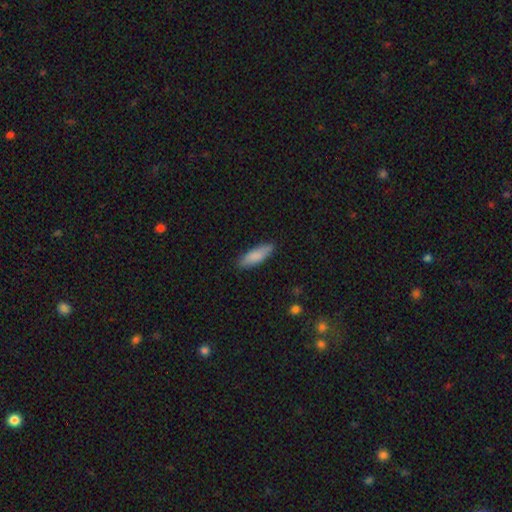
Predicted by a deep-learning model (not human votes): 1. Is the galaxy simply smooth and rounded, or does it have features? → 85% smooth, 10% featured or disk, 5% star or artifact.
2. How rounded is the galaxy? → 57% in between, 41% cigar-shaped, 2% round.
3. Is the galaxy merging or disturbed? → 85% none, 12% minor disturbance, 2% major disturbance, 1% merger.